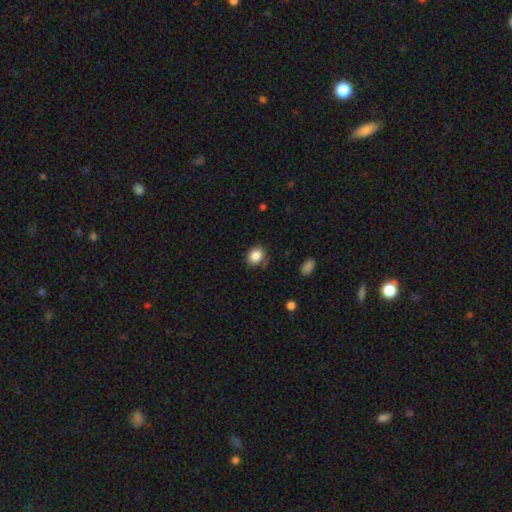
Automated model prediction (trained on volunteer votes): This is clearly a smooth galaxy (86%). How rounded: likely round (66%). Merging: likely none (80%).